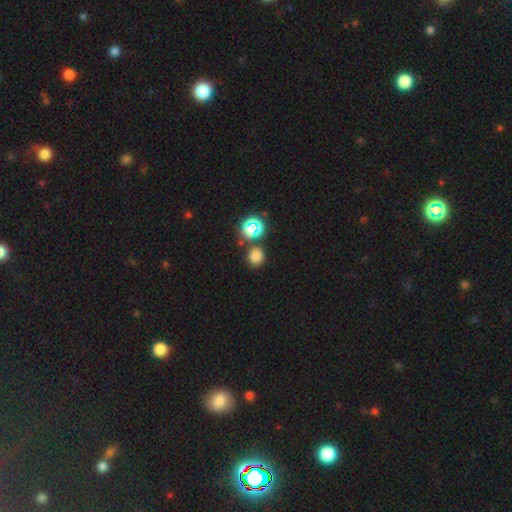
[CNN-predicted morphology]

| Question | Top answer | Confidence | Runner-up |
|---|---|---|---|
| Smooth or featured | smooth | 74% | star or artifact (21%) |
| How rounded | round | 87% | in between (12%) |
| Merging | none | 78% | merger (11%) |